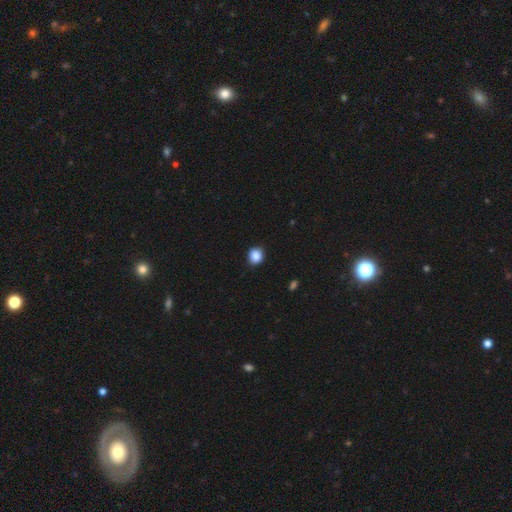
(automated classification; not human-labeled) The model was most divided on "how rounded": round: 79%, in between: 20%, cigar-shaped: 1%. More confident: merging — none (87%); smooth or featured — smooth (87%).